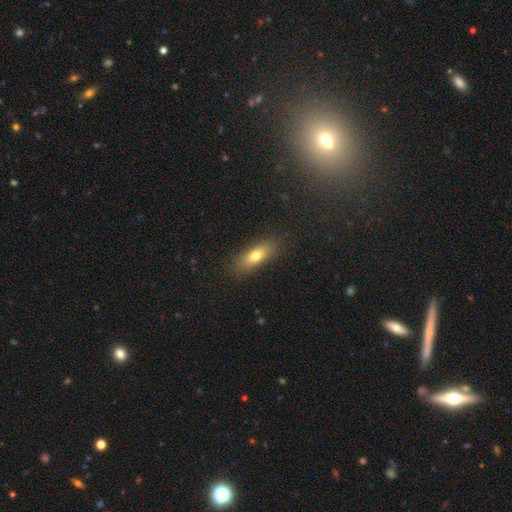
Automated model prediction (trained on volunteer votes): Morphology: type=smooth (73%); roundness=in between (63%); merging=none (86%).